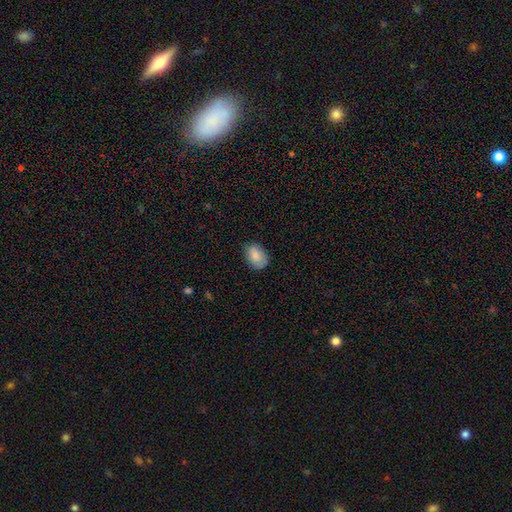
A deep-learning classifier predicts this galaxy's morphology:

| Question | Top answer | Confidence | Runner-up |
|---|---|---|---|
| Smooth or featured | smooth | 85% | featured or disk (8%) |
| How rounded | in between | 80% | round (19%) |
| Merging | none | 79% | minor disturbance (17%) |